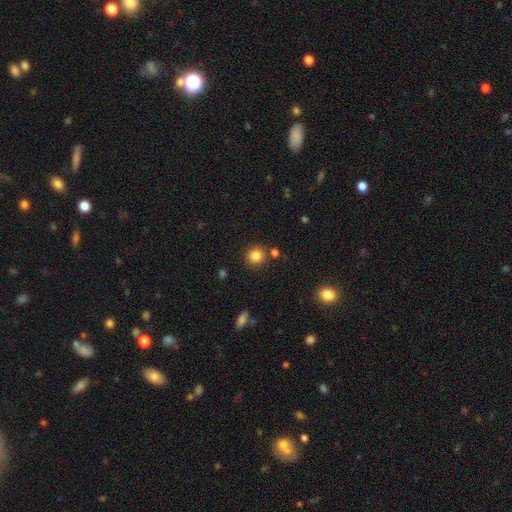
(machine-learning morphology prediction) smooth 84%, star or artifact 11%, featured or disk 5%. Down the decision tree: how rounded — round (91%); merging — none (83%).